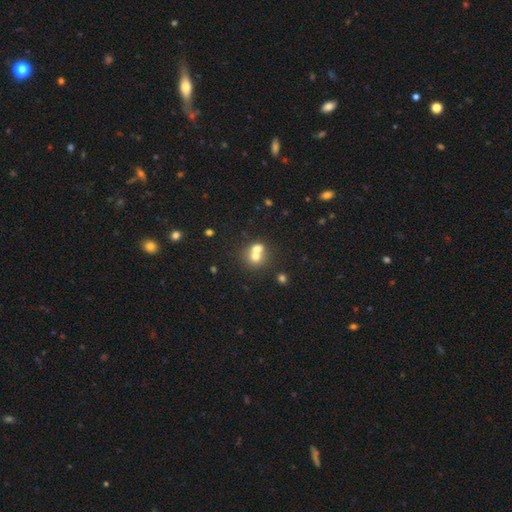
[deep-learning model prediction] Smooth or featured: smooth — 66% (featured or disk — 21%)
How rounded: round — 76% (in between — 23%)
Merging: merger — 62% (none — 30%)